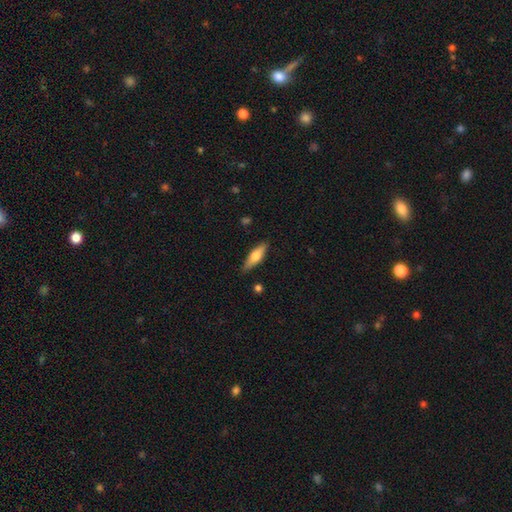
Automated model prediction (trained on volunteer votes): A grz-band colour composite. It shows a smooth galaxy with no disk features (60%) that is cigar-shaped (55%). Merging: none (85%).